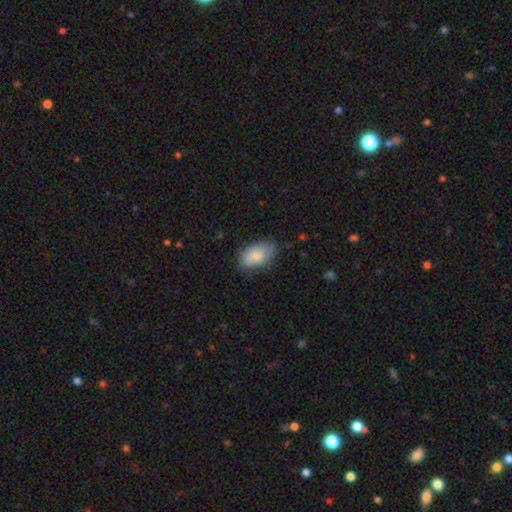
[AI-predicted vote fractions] This is likely a smooth galaxy (78%). How rounded: clearly in between (92%). Merging: likely none (70%).